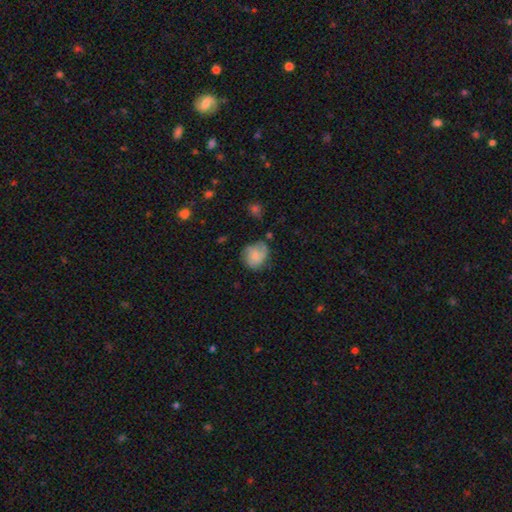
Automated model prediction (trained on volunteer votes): Q: Smooth or featured?
A: smooth (63%); runner-up: featured or disk (28%)
Q: How rounded?
A: round (71%); runner-up: in between (28%)
Q: Merging?
A: none (53%); runner-up: minor disturbance (31%)